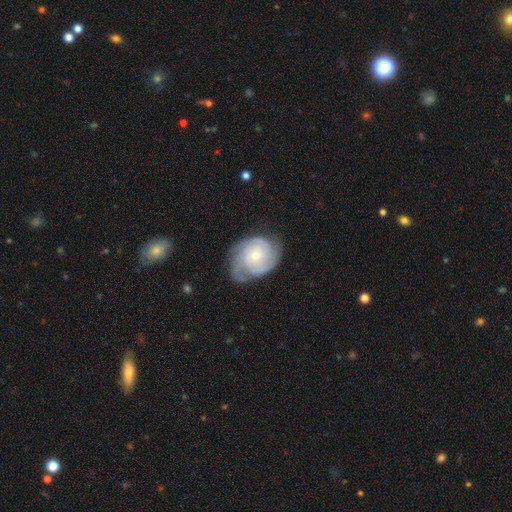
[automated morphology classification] Smooth or featured?
  - featured or disk: 81% *
  - smooth: 13%
  - star or artifact: 6%
Edge-on disk?
  - no: 98% *
  - yes: 2%
Bar?
  - no: 77% *
  - weak: 20%
  - strong: 3%
Spiral arms?
  - yes: 95% *
  - no: 5%
Spiral winding?
  - tight: 64% *
  - medium: 29%
  - loose: 7%
Spiral arm count?
  - 3: 32% *
  - can't tell: 26%
  - 2: 21%
  - 4: 12%
  - 1: 5%
  - more than 4: 5%
Bulge size?
  - small: 58% *
  - moderate: 39%
  - large: 2%
  - none: 1%
  - dominant: 1%
Merging?
  - none: 63% *
  - minor disturbance: 25%
  - major disturbance: 11%
  - merger: 2%